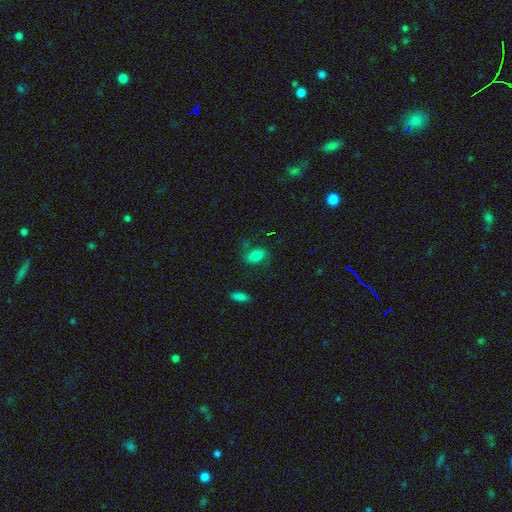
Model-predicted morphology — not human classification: Smooth or featured?
  - smooth: 71% *
  - featured or disk: 17%
  - star or artifact: 11%
How rounded?
  - in between: 79% *
  - round: 18%
  - cigar-shaped: 3%
Merging?
  - none: 67% *
  - minor disturbance: 20%
  - major disturbance: 9%
  - merger: 4%